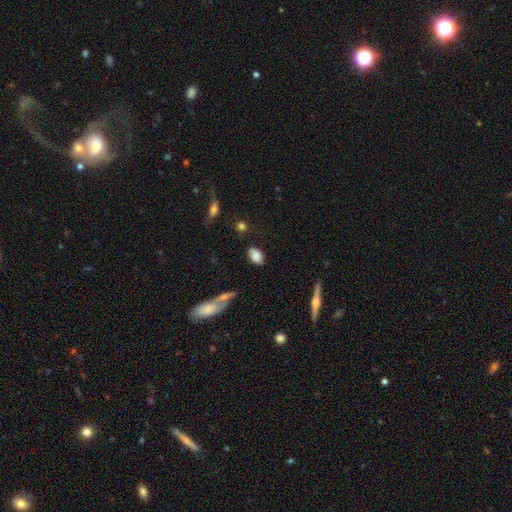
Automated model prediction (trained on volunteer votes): smooth-or-featured: smooth: 84% | featured or disk: 8% | star or artifact: 8%
  how-rounded: in between: 90% | round: 8% | cigar-shaped: 2%
  merging: none: 79% | minor disturbance: 14% | major disturbance: 4% | merger: 3%